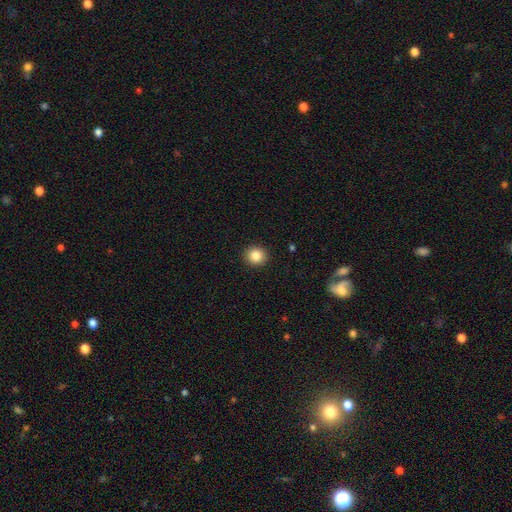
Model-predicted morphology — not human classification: type=smooth (85%); roundness=round (87%); merging=none (92%).